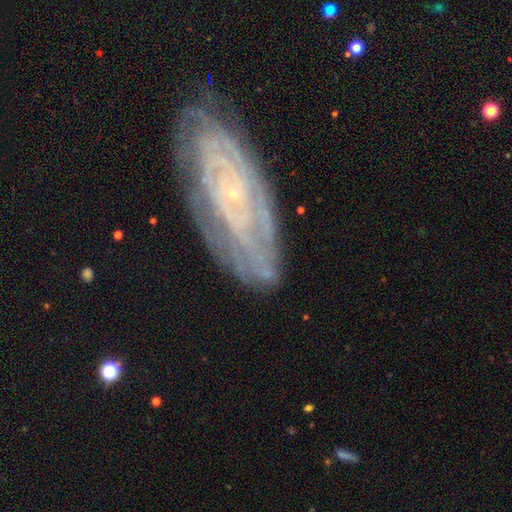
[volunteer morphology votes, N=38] This appears to be a featured or disk galaxy (92%) with no bar (75%), tight (83%) spiral arms (94%) and a small central bulge (94%). Merging: none (72%).